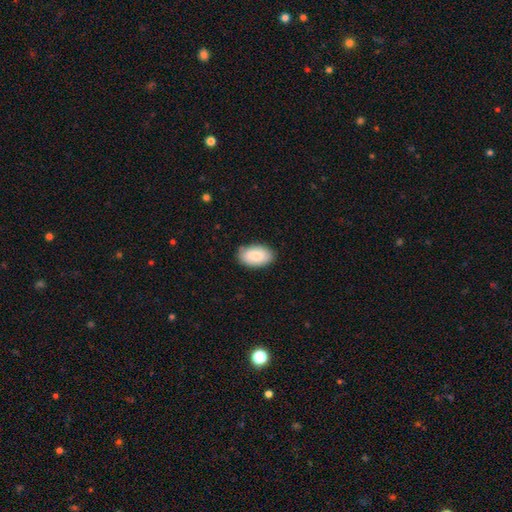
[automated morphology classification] Overall: smooth (84%). How rounded: in between (93%). Merging: none (84%).